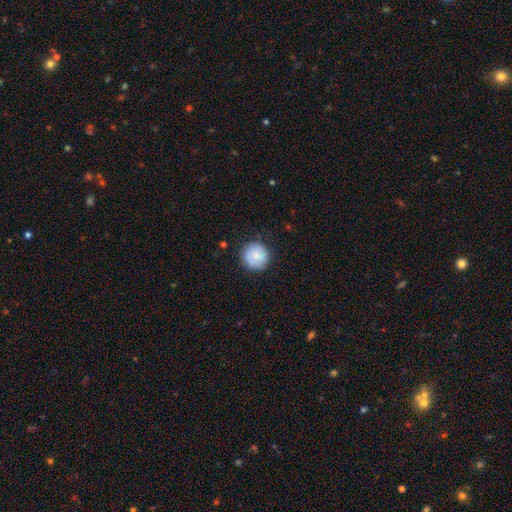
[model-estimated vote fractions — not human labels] Smooth or featured: smooth — 82% (featured or disk — 11%)
How rounded: round — 94% (in between — 5%)
Merging: none — 85% (minor disturbance — 11%)